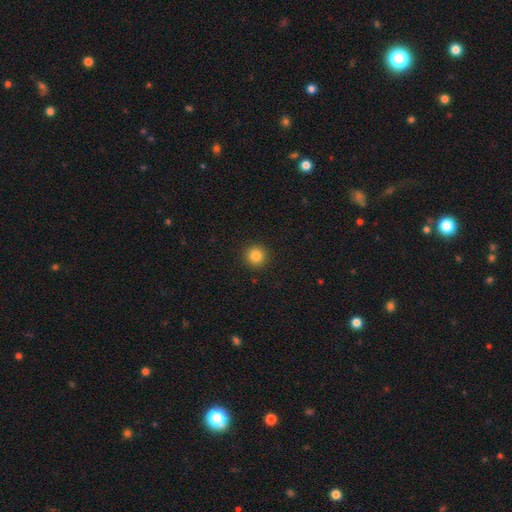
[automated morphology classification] Overall: smooth (83%). How rounded: round (95%). Merging: none (93%).